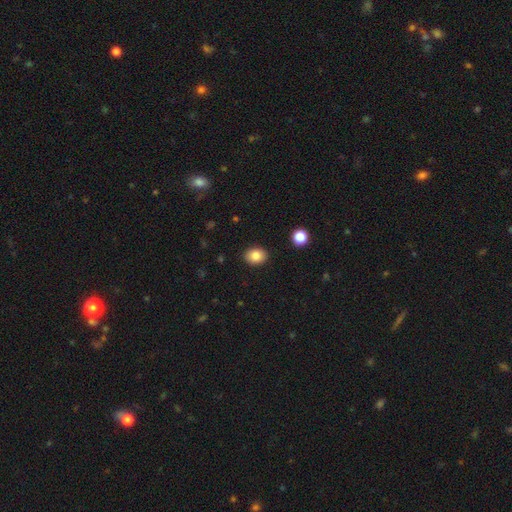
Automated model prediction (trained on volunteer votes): Smooth or featured? Predicted: smooth (p=0.84). How rounded? Predicted: in between (p=0.58). Merging? Predicted: none (p=0.90).